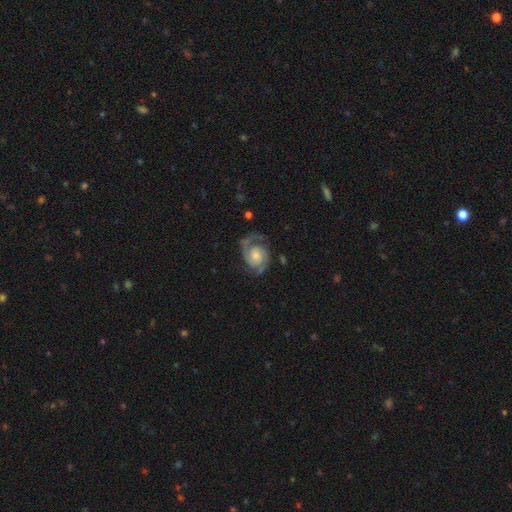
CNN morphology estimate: smooth_or_featured: featured or disk (p=0.85) [alt: smooth p=0.10]
disk_edge_on: no (p=0.98) [alt: yes p=0.02]
bar: no (p=0.70) [alt: weak p=0.26]
has_spiral_arms: yes (p=0.97) [alt: no p=0.03]
spiral_winding: medium (p=0.45) [alt: tight p=0.39]
spiral_arm_count: 2 (p=0.85) [alt: 1 p=0.06]
bulge_size: moderate (p=0.41) [alt: small p=0.34]
merging: none (p=0.68) [alt: minor disturbance p=0.19]